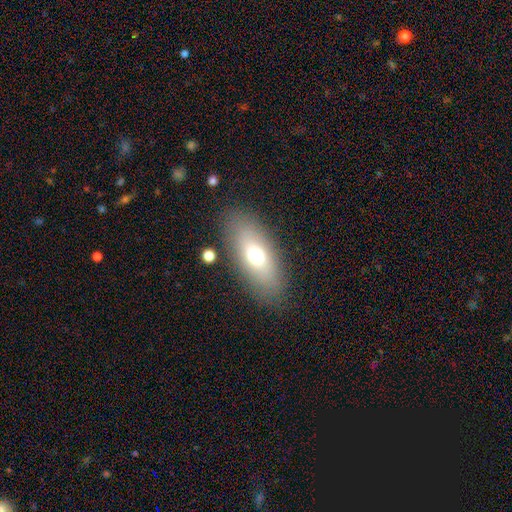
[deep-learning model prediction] Q: Smooth or featured?
A: smooth (66%); runner-up: featured or disk (24%)
Q: How rounded?
A: in between (78%); runner-up: cigar-shaped (16%)
Q: Merging?
A: none (83%); runner-up: minor disturbance (10%)